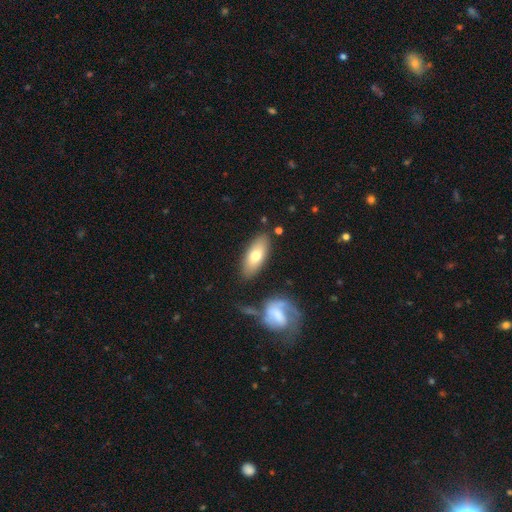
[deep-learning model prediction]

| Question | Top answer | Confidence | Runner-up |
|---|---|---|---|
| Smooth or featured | smooth | 71% | featured or disk (23%) |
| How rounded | in between | 80% | cigar-shaped (17%) |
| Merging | none | 81% | minor disturbance (12%) |